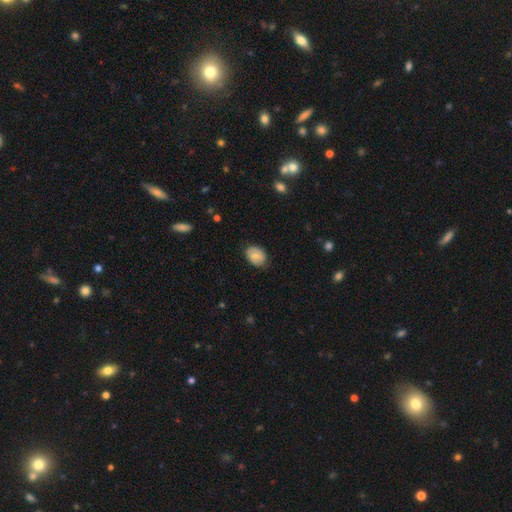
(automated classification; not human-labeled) Q: Smooth or featured?
A: smooth (74%); runner-up: featured or disk (19%)
Q: How rounded?
A: in between (70%); runner-up: round (29%)
Q: Merging?
A: none (75%); runner-up: minor disturbance (20%)